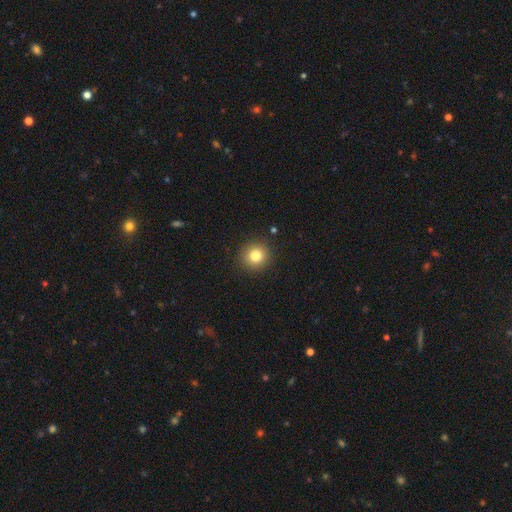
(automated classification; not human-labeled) A smooth galaxy with no disk features (81%) that is round (92%). Merging: none (90%).